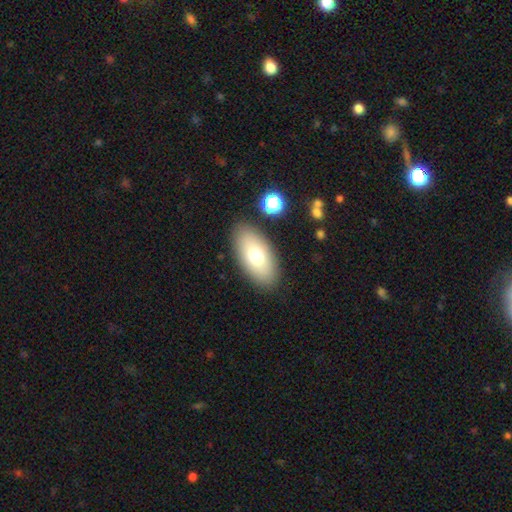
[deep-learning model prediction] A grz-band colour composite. It shows a smooth galaxy with no disk features (72%) that is in between round and cigar-shaped (92%). Merging: none (85%).